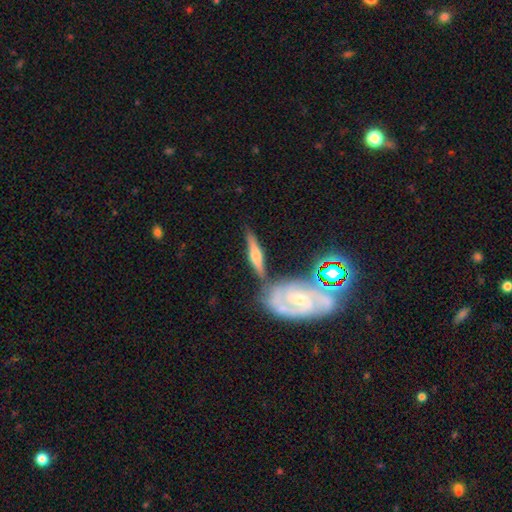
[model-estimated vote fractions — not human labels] smooth-or-featured: featured or disk: 69% | smooth: 25% | star or artifact: 7%
  disk-edge-on: yes: 89% | no: 11%
    edge-on-bulge: rounded: 87% | boxy: 7% | none: 6%
  merging: none: 64% | merger: 15% | minor disturbance: 15% | major disturbance: 5%